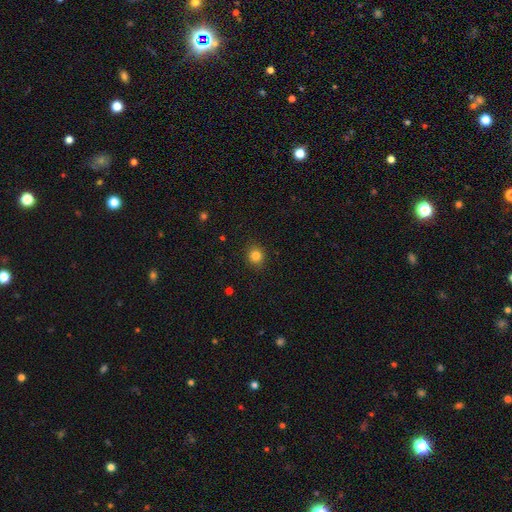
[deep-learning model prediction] This is clearly a smooth galaxy (83%). How rounded: clearly round (81%). Merging: clearly none (90%).